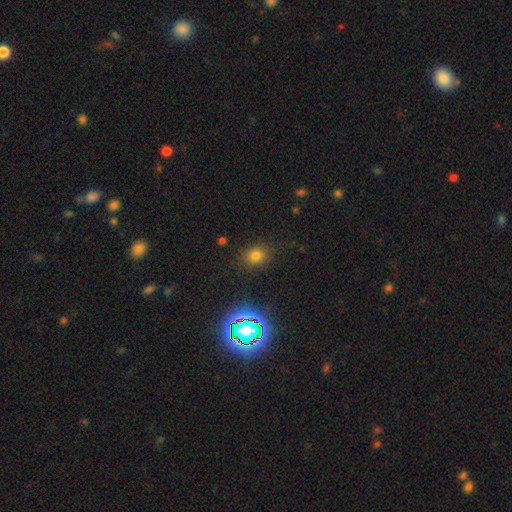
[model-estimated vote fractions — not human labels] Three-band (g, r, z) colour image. It shows a smooth galaxy with no disk features (71%) that is round (62%). Merging: none (84%).